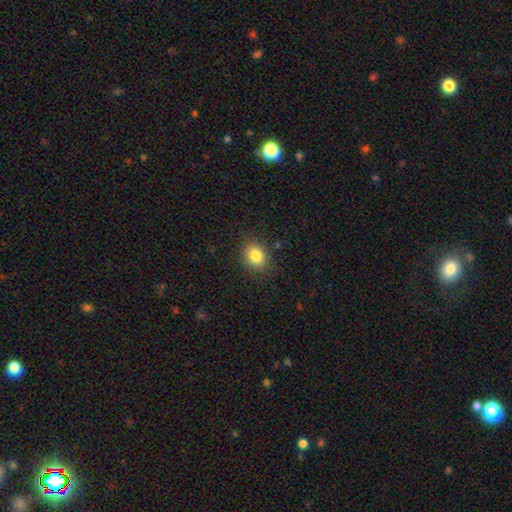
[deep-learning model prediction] Overall: smooth (83%). How rounded: in between (50%; round 49%). Merging: none (85%).